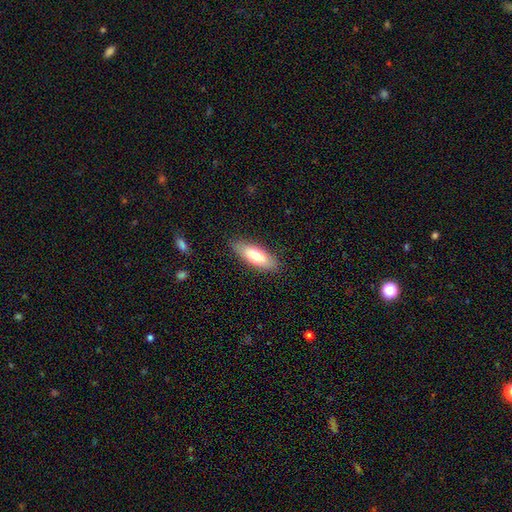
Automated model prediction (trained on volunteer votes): Smooth or featured? Predicted: smooth (p=0.74). How rounded? Predicted: in between (p=0.67). Merging? Predicted: none (p=0.86).